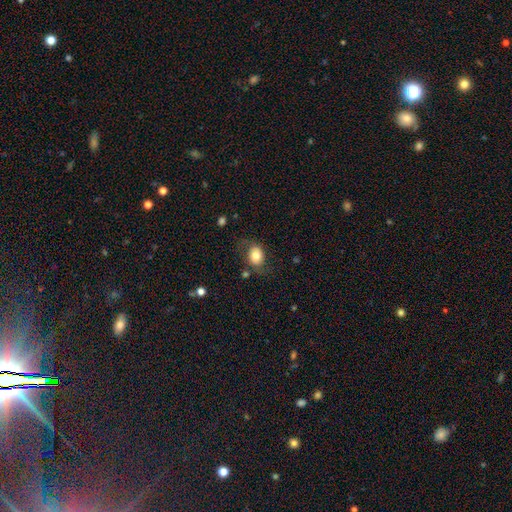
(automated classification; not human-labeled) Q: Smooth or featured?
A: smooth (74%); runner-up: featured or disk (18%)
Q: How rounded?
A: in between (58%); runner-up: round (41%)
Q: Merging?
A: none (67%); runner-up: minor disturbance (20%)